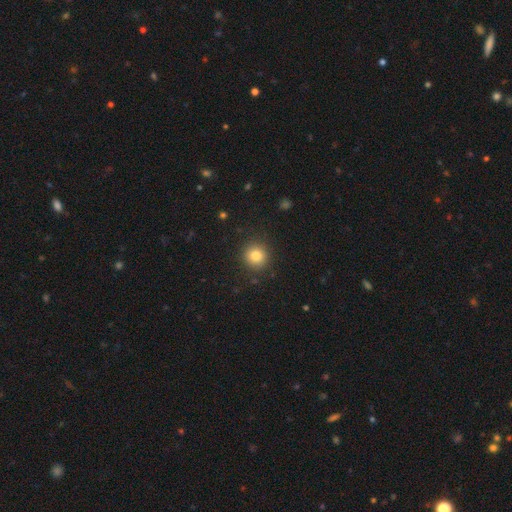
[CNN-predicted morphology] smooth_or_featured: smooth (p=0.82) [alt: star or artifact p=0.11]
how_rounded: round (p=0.93) [alt: in between p=0.06]
merging: none (p=0.90) [alt: minor disturbance p=0.07]